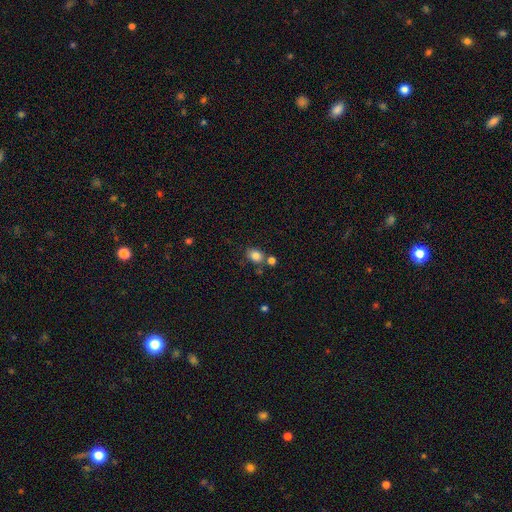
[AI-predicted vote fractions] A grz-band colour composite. It shows a smooth galaxy with no disk features (82%) that is in between round and cigar-shaped (61%). Merging: none (64%).